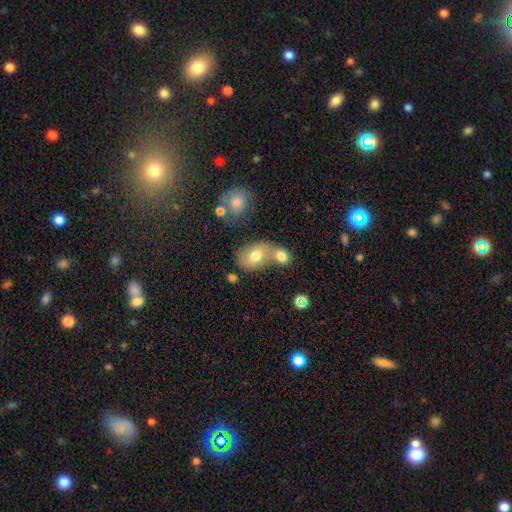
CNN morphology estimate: Smooth or featured: smooth — 70% (featured or disk — 20%)
How rounded: in between — 71% (round — 28%)
Merging: merger — 47% (none — 37%)